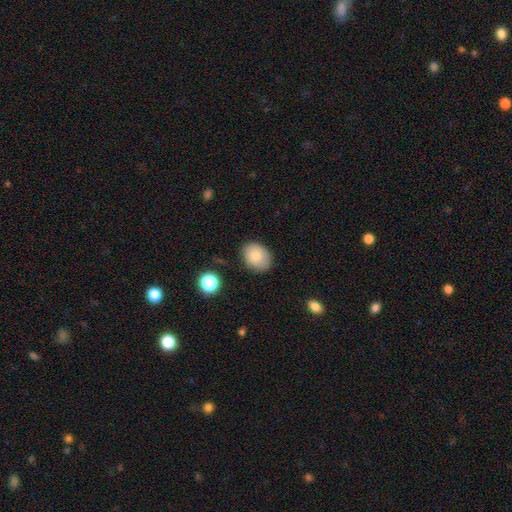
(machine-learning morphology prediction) A smooth galaxy with no disk features (81%) that is in between round and cigar-shaped (67%).

Vote fractions:
- Smooth or featured? smooth: 81% / featured or disk: 10% / star or artifact: 9%
- How rounded? in between: 67% / round: 32% / cigar-shaped: 1%
- Merging? none: 81% / minor disturbance: 14% / major disturbance: 3% / merger: 2%